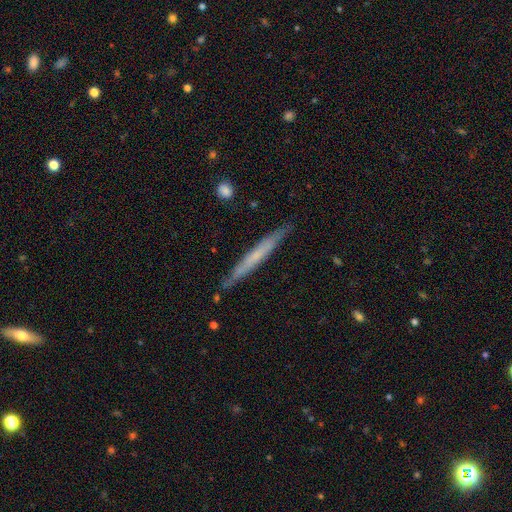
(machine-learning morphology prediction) Smooth or featured?
  - featured or disk: 50% *
  - smooth: 44%
  - star or artifact: 6%
Merging?
  - none: 85% *
  - minor disturbance: 11%
  - major disturbance: 2%
  - merger: 2%